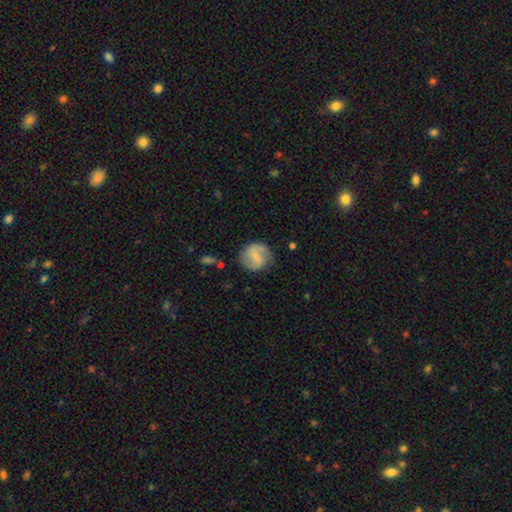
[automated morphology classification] Smooth or featured? smooth (47%)
Merging? none (77%)